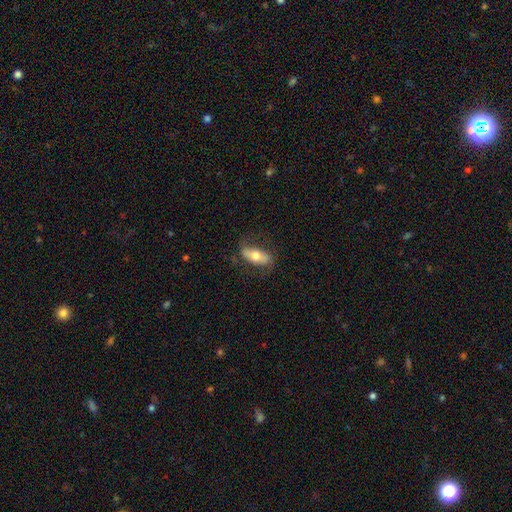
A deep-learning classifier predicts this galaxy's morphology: Smooth or featured? Predicted: smooth (p=0.49). Merging? Predicted: none (p=0.71).